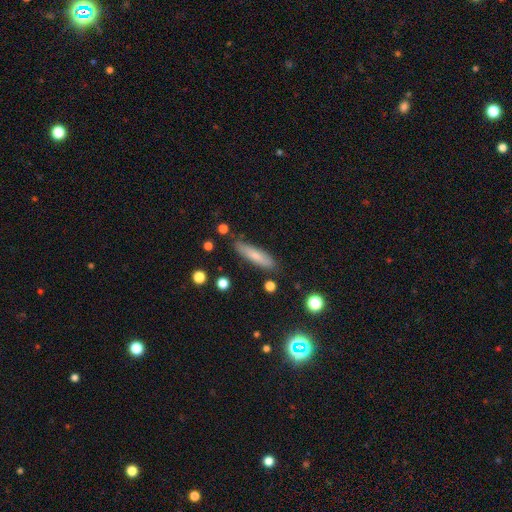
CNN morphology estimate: Smooth or featured: smooth — 75% (featured or disk — 18%)
How rounded: cigar-shaped — 76% (in between — 22%)
Merging: none — 82% (minor disturbance — 13%)